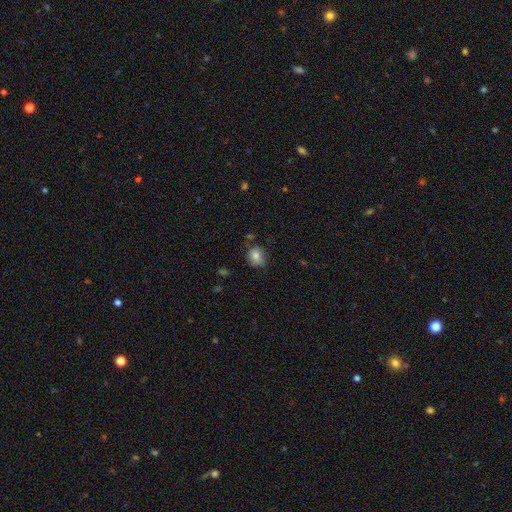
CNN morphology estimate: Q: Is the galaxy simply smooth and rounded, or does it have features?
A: smooth — 79%.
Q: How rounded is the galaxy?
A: round — 69%.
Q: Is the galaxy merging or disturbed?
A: none — 69%.